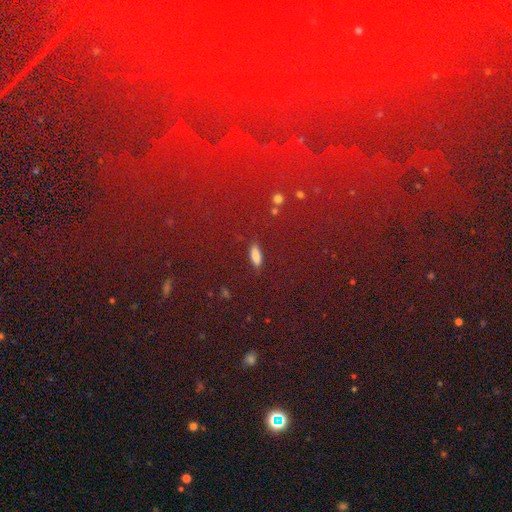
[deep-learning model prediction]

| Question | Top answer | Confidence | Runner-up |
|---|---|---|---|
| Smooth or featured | smooth | 76% | star or artifact (15%) |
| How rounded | in between | 59% | cigar-shaped (36%) |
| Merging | none | 84% | minor disturbance (10%) |